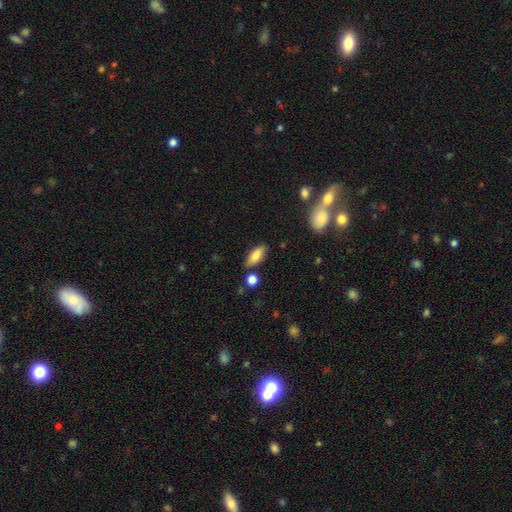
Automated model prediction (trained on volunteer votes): Smooth or featured?
  - smooth: 78% *
  - featured or disk: 14%
  - star or artifact: 7%
How rounded?
  - in between: 78% *
  - cigar-shaped: 19%
  - round: 3%
Merging?
  - none: 79% *
  - minor disturbance: 14%
  - merger: 4%
  - major disturbance: 3%